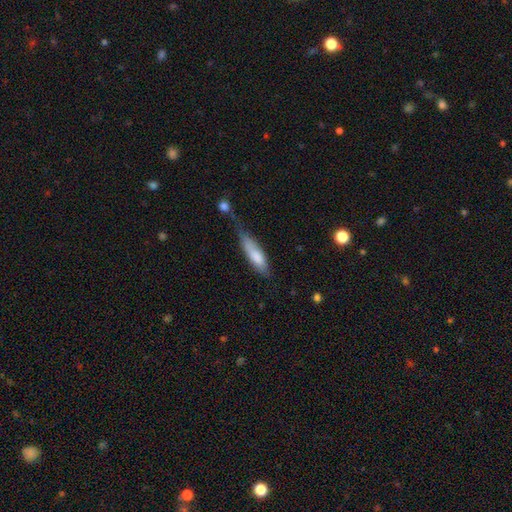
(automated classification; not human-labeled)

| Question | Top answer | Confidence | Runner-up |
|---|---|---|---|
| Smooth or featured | smooth | 77% | featured or disk (17%) |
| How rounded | cigar-shaped | 58% | in between (40%) |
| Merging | minor disturbance | 35% | none (34%) |